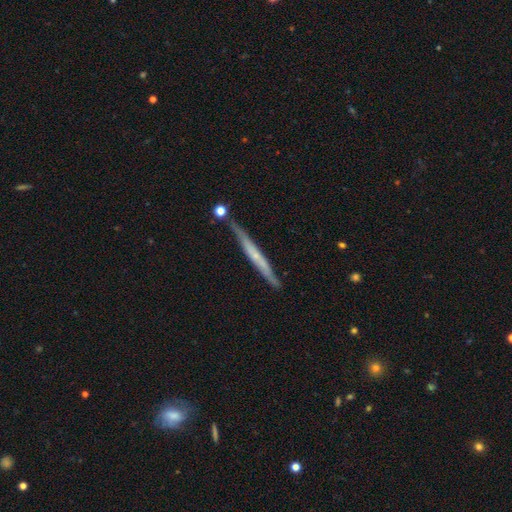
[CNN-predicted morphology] type=featured or disk (59%); edge-on=yes (92%); edge-on bulge=none (70%); merging=none (74%).